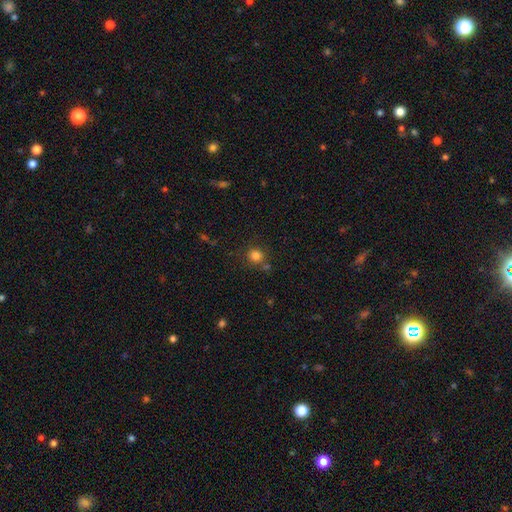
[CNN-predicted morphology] A smooth galaxy with no disk features (82%) that is round (90%). Merging: none (74%).